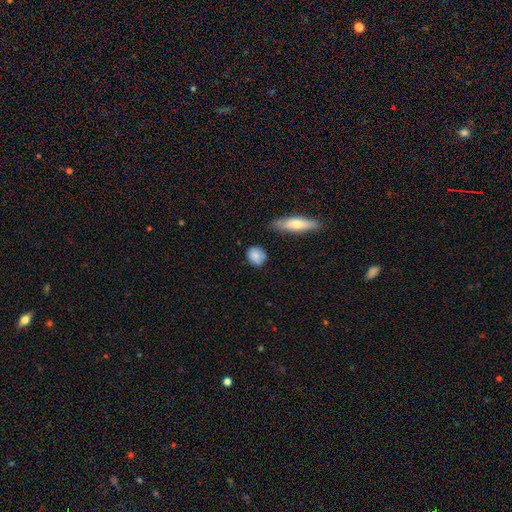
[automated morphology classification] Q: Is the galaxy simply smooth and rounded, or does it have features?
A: smooth — 83%.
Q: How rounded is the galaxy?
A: round — 65%.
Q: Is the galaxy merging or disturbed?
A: none — 74%.